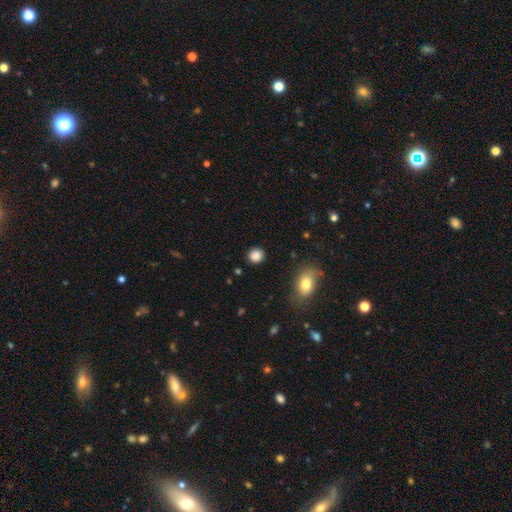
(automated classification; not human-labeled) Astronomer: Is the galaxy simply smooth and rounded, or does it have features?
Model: smooth — 86%.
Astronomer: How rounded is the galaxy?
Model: round — 84%.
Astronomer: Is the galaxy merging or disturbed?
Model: none — 88%.